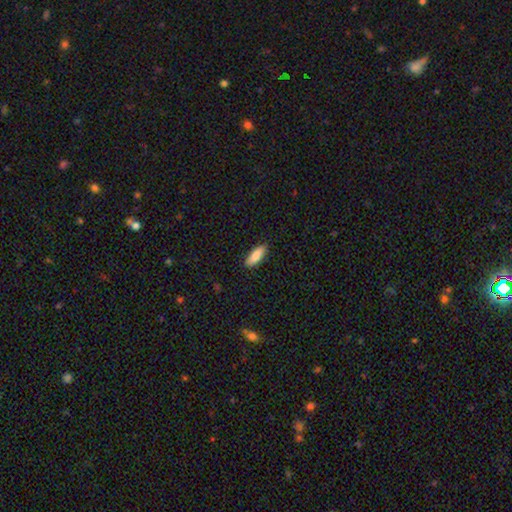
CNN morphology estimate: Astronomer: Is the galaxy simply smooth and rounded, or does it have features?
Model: smooth — 86%.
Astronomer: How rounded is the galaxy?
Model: in between — 63%.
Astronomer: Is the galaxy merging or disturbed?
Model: none — 88%.